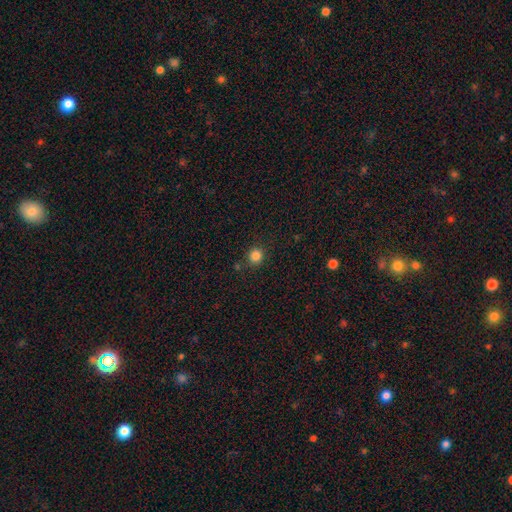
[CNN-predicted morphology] Q: Smooth or featured?
A: smooth (84%); runner-up: star or artifact (13%)
Q: How rounded?
A: round (90%); runner-up: in between (9%)
Q: Merging?
A: none (85%); runner-up: minor disturbance (8%)